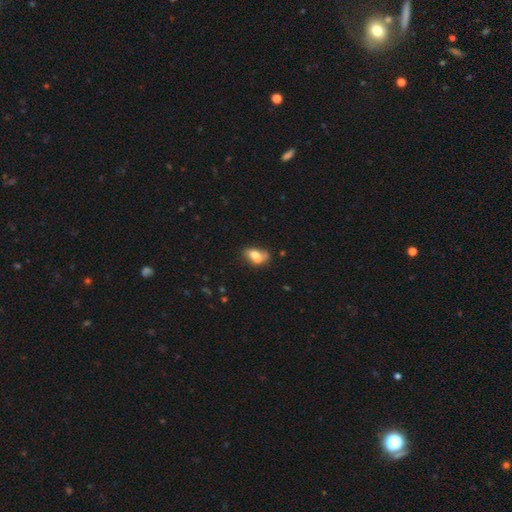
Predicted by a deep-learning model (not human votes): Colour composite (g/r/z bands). It shows a smooth galaxy with no disk features (66%) that is in between round and cigar-shaped (83%). Merging: none (35%).